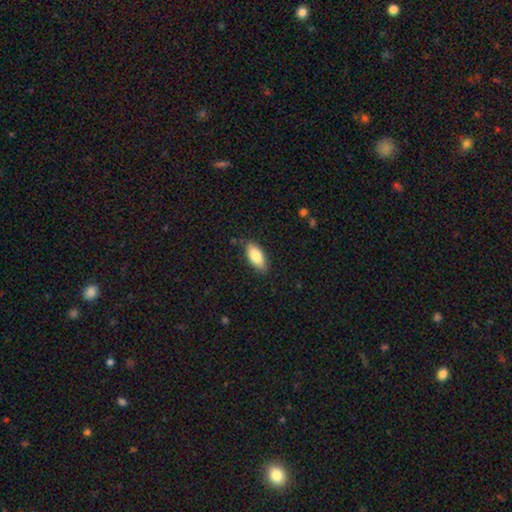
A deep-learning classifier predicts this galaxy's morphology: Q: Smooth or featured?
A: smooth (83%); runner-up: featured or disk (11%)
Q: How rounded?
A: in between (85%); runner-up: cigar-shaped (12%)
Q: Merging?
A: none (84%); runner-up: minor disturbance (13%)